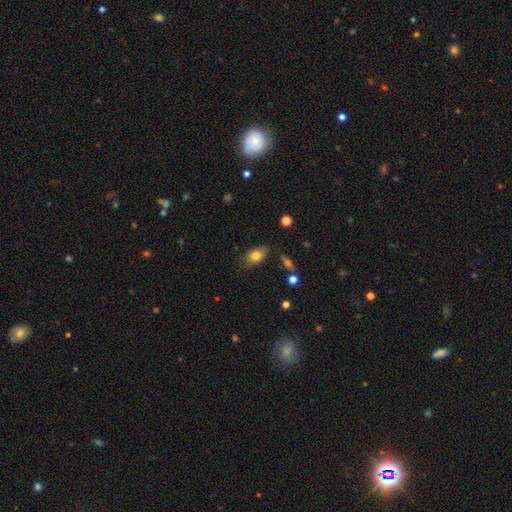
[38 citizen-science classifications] A smooth galaxy with no disk features (84%) that is in between round and cigar-shaped (88%). Merging: none (54%).